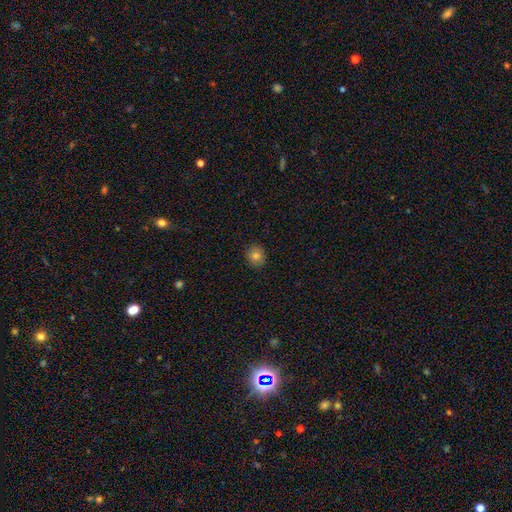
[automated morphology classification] Smooth or featured? Predicted: smooth (p=0.81). How rounded? Predicted: round (p=0.85). Merging? Predicted: none (p=0.90).